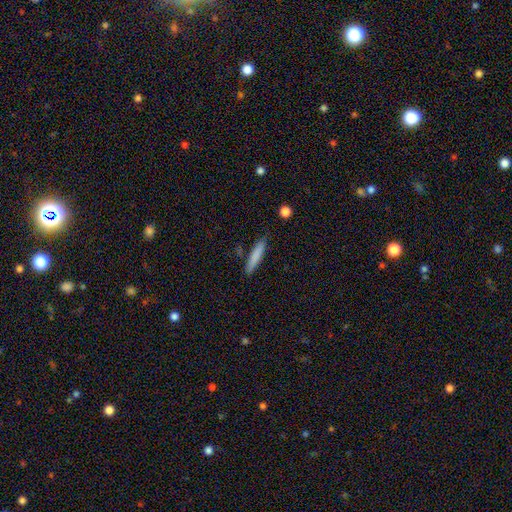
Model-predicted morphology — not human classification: Q: Smooth or featured?
A: smooth (79%); runner-up: featured or disk (15%)
Q: How rounded?
A: cigar-shaped (91%); runner-up: in between (8%)
Q: Merging?
A: none (83%); runner-up: minor disturbance (12%)